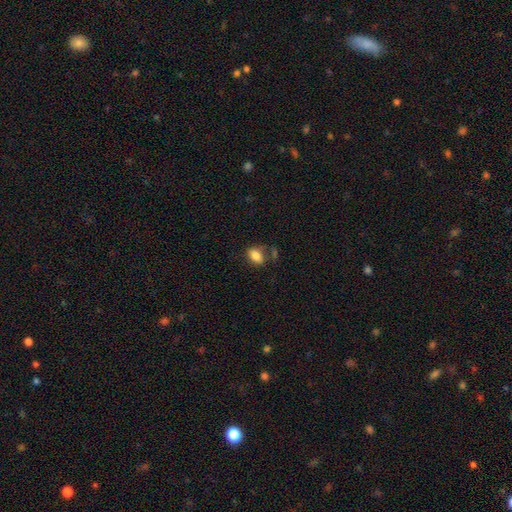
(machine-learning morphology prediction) smooth_or_featured: smooth (p=0.84) [alt: star or artifact p=0.09]
how_rounded: in between (p=0.84) [alt: round p=0.15]
merging: none (p=0.64) [alt: minor disturbance p=0.17]